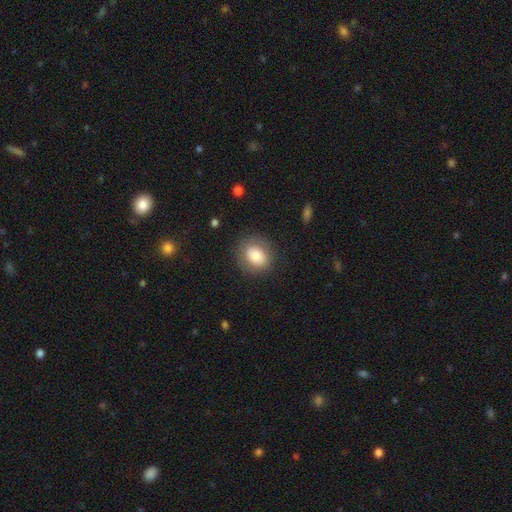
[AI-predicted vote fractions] Smooth or featured? Predicted: smooth (p=0.75). How rounded? Predicted: round (p=0.60). Merging? Predicted: none (p=0.81).